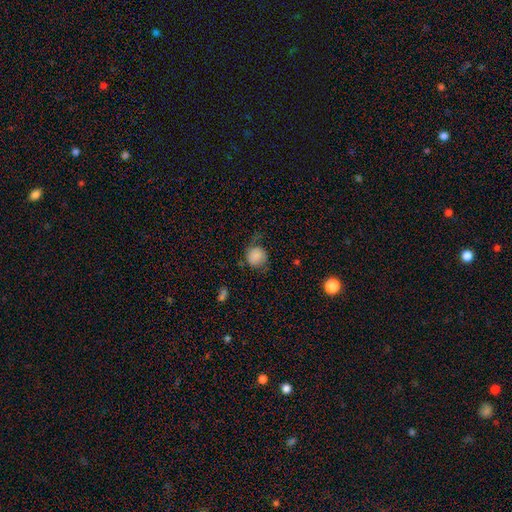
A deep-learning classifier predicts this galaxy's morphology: This is likely a smooth galaxy (73%). How rounded: clearly round (83%). Merging: possibly none (52%).